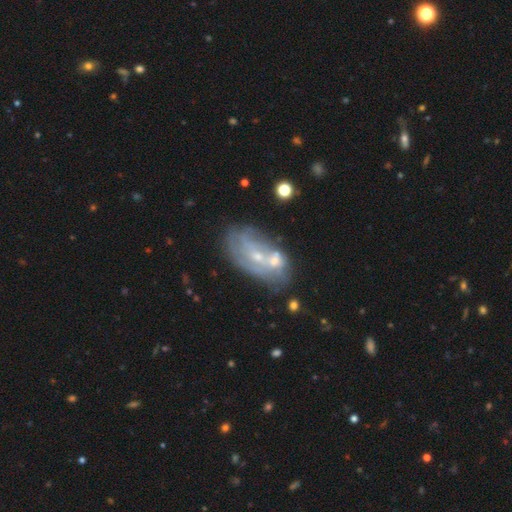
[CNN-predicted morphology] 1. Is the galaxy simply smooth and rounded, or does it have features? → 60% featured or disk, 26% smooth, 14% star or artifact.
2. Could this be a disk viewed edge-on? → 93% no, 7% yes.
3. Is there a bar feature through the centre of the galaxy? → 65% no, 27% weak, 8% strong.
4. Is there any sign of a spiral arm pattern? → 57% yes, 43% no.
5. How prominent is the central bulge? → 69% small, 21% moderate, 7% none, 2% large, 1% dominant.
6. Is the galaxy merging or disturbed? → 45% none, 31% merger, 15% minor disturbance, 9% major disturbance.